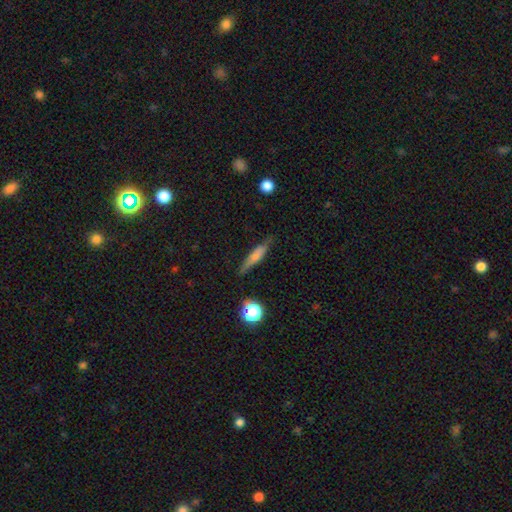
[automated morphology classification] Smooth or featured? Predicted: smooth (p=0.62). How rounded? Predicted: cigar-shaped (p=0.81). Merging? Predicted: none (p=0.76).